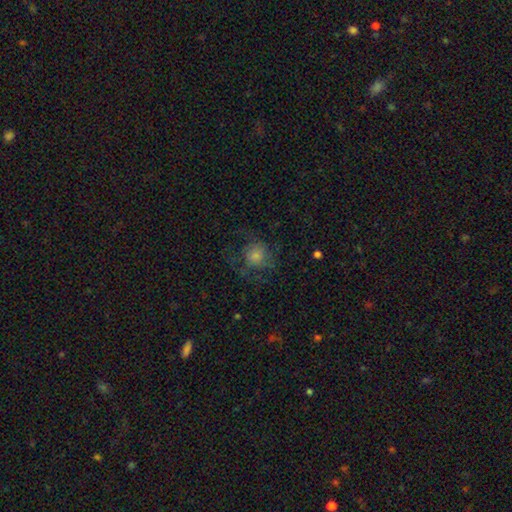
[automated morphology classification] Smooth or featured?
  - smooth: 50% *
  - featured or disk: 34%
  - star or artifact: 16%
Merging?
  - none: 61% *
  - major disturbance: 21%
  - minor disturbance: 17%
  - merger: 1%